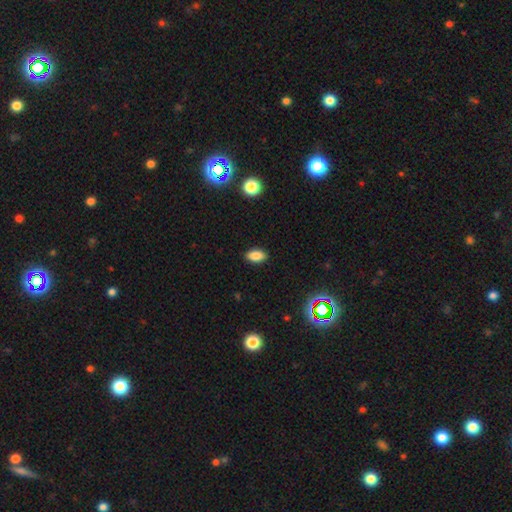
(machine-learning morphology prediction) type=smooth (84%); roundness=in between (90%); merging=none (89%).